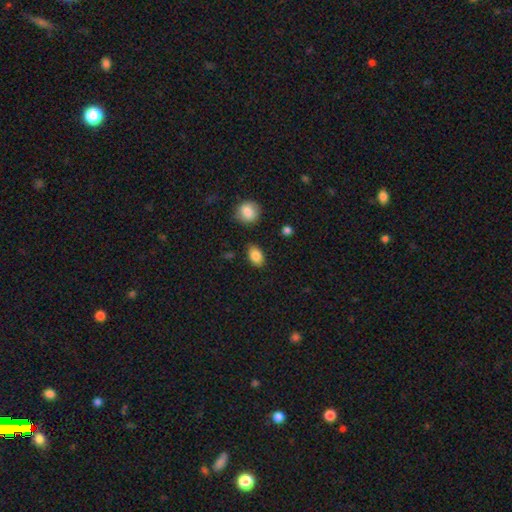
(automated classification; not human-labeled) Overall: smooth (86%). How rounded: in between (86%). Merging: none (84%).